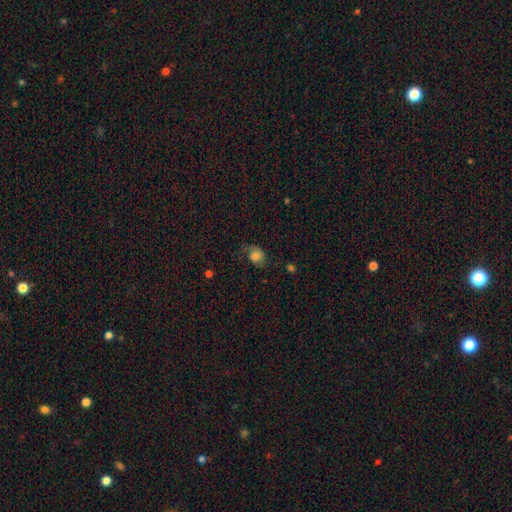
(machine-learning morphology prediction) Smooth or featured: smooth — 66% (featured or disk — 23%)
How rounded: round — 58% (in between — 41%)
Merging: none — 51% (minor disturbance — 27%)